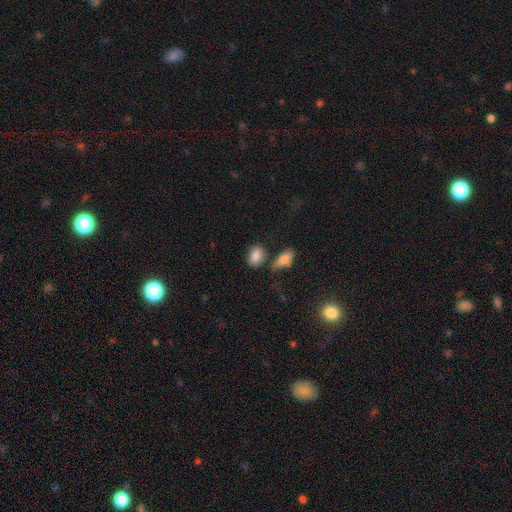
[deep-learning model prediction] Smooth or featured? Predicted: smooth (p=0.85). How rounded? Predicted: in between (p=0.81). Merging? Predicted: none (p=0.62).